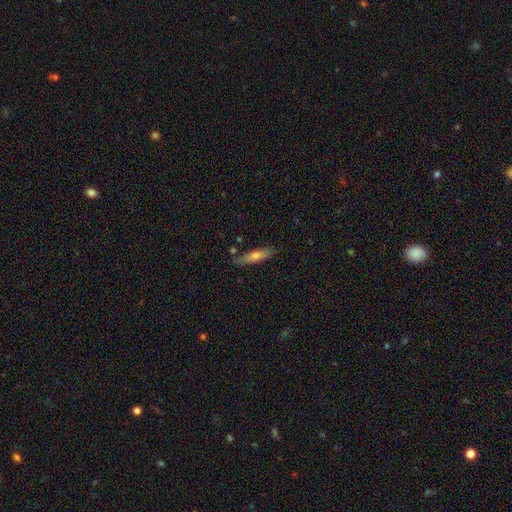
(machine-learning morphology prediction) Smooth or featured: smooth — 62% (featured or disk — 32%)
How rounded: cigar-shaped — 76% (in between — 23%)
Merging: none — 81% (minor disturbance — 14%)